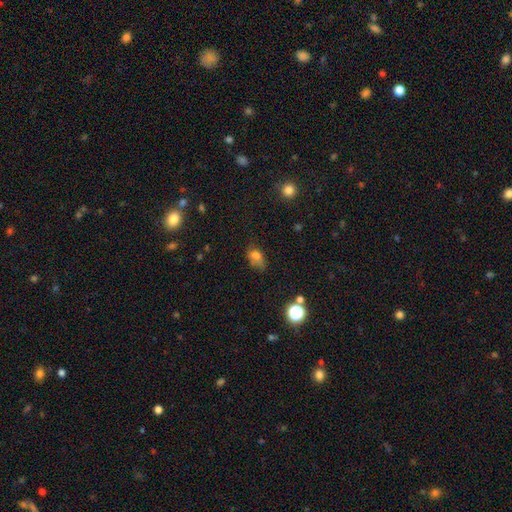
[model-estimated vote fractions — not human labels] smooth-or-featured: smooth: 70% | star or artifact: 18% | featured or disk: 13%
  how-rounded: in between: 78% | round: 17% | cigar-shaped: 4%
  merging: none: 42% | minor disturbance: 31% | major disturbance: 18% | merger: 9%